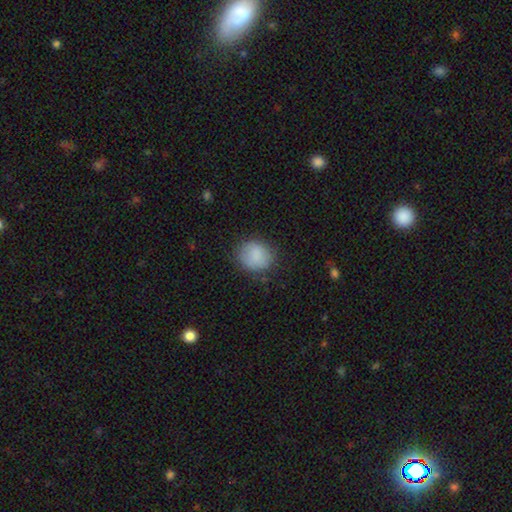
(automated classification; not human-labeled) Morphology: type=smooth (85%); roundness=round (75%); merging=none (78%).